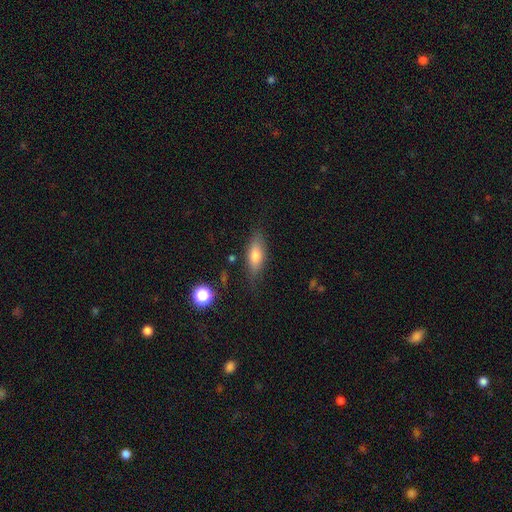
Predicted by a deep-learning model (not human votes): This appears to be a smooth galaxy with no disk features (70%) that is in between round and cigar-shaped (70%). Merging: none (77%).